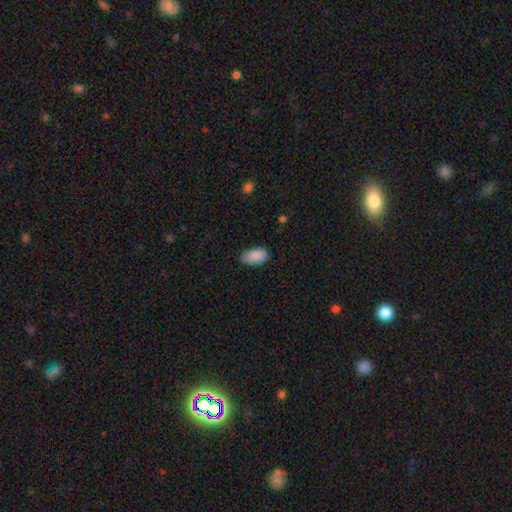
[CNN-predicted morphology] A smooth galaxy with no disk features (88%) that is in between round and cigar-shaped (94%). Merging: none (79%).